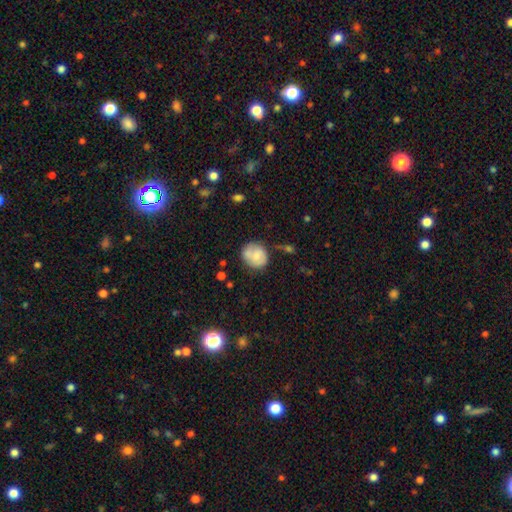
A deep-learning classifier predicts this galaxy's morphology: This is likely a smooth galaxy (62%). How rounded: likely round (74%). Merging: possibly none (59%).